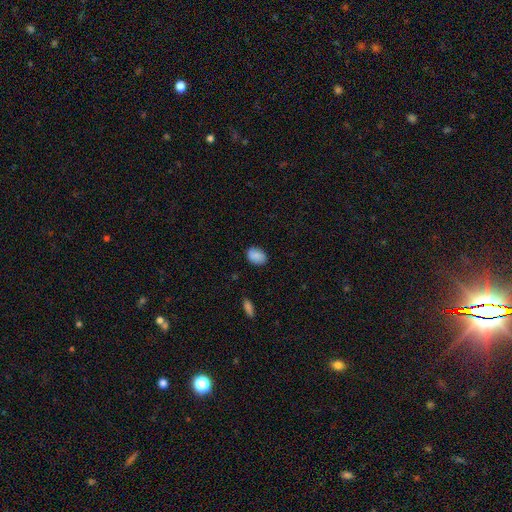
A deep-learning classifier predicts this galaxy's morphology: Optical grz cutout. It shows a smooth galaxy with no disk features (86%) that is in between round and cigar-shaped (78%). Merging: none (83%).